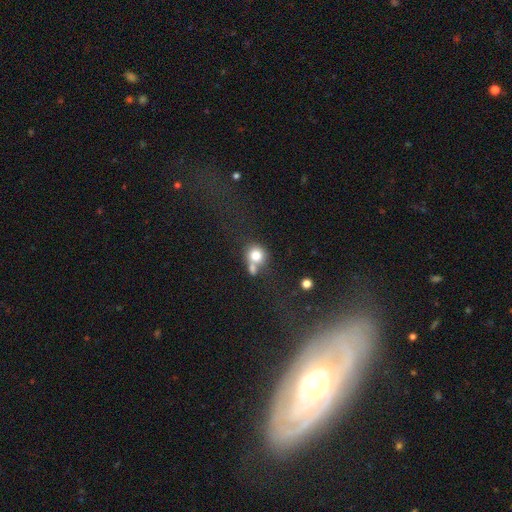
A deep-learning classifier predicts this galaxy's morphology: Overall: smooth (77%). How rounded: round (80%). Merging: merger (46%; none 38%).